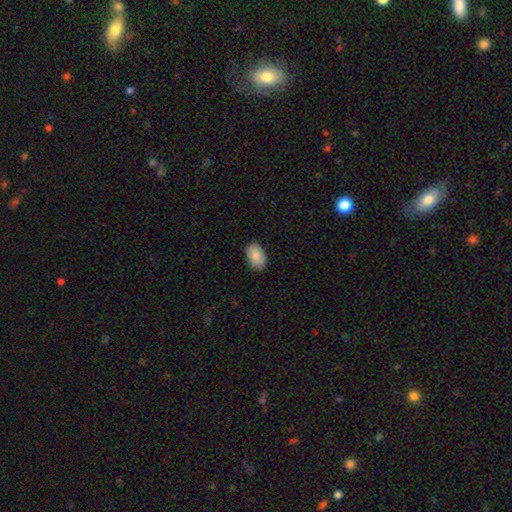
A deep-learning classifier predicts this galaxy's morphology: Smooth or featured? smooth (85%)
How rounded? in between (91%)
Merging? none (86%)